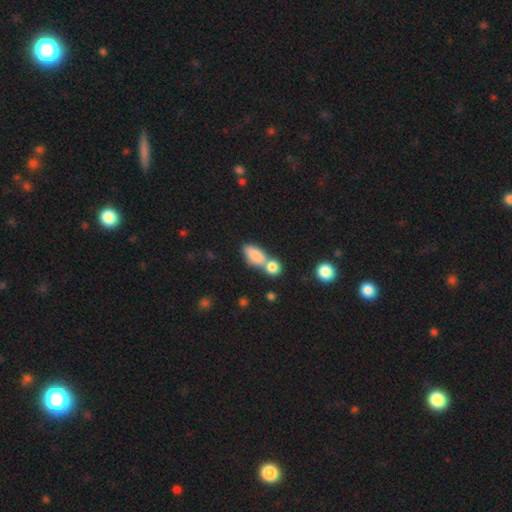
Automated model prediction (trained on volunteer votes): Smooth or featured: smooth — 83% (featured or disk — 9%)
How rounded: in between — 85% (round — 8%)
Merging: merger — 48% (none — 37%)